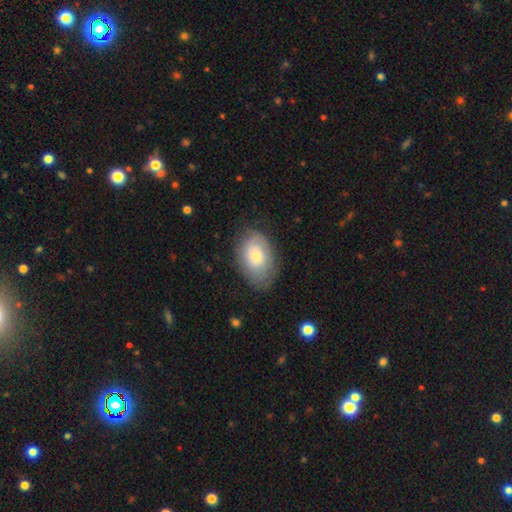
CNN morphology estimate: smooth-or-featured: smooth: 66% | featured or disk: 28% | star or artifact: 7%
  how-rounded: in between: 86% | round: 13% | cigar-shaped: 1%
  merging: none: 74% | minor disturbance: 19% | major disturbance: 6% | merger: 1%